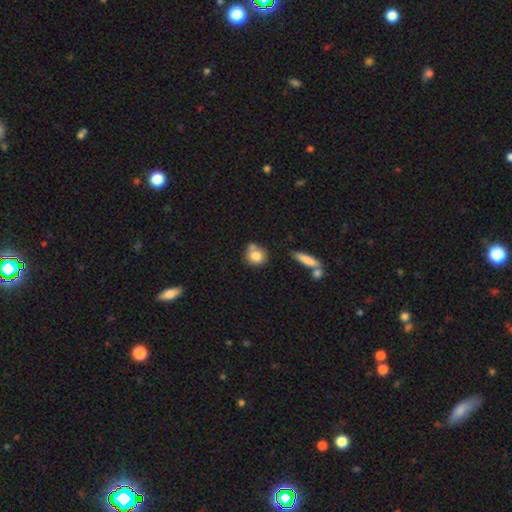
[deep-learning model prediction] A smooth galaxy with no disk features (80%) that is round (81%). Merging: none (57%).